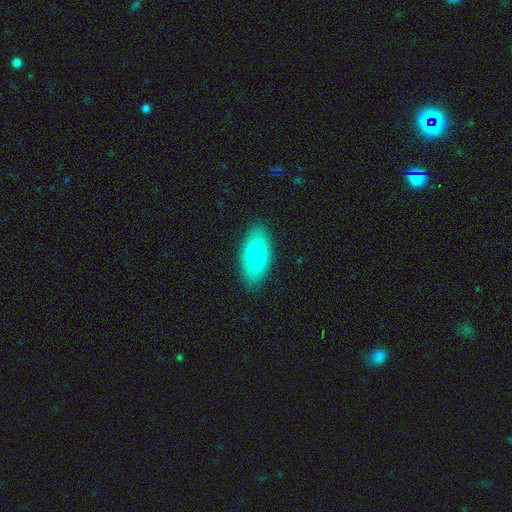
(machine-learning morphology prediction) Smooth or featured?
  - smooth: 72% *
  - featured or disk: 21%
  - star or artifact: 7%
How rounded?
  - in between: 91% *
  - cigar-shaped: 5%
  - round: 4%
Merging?
  - none: 87% *
  - minor disturbance: 10%
  - major disturbance: 3%
  - merger: 1%